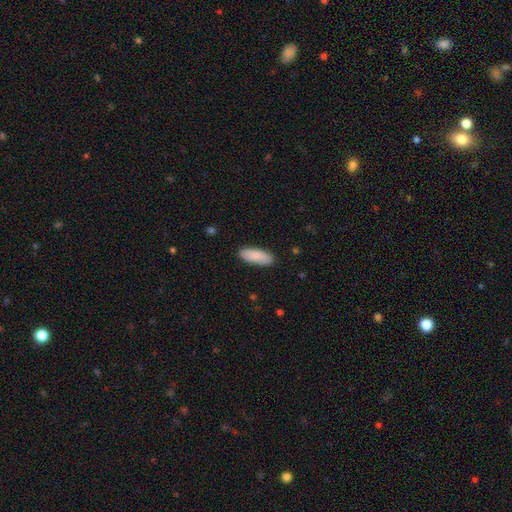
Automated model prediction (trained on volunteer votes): The model was most divided on "how rounded": in between: 74%, cigar-shaped: 24%, round: 2%. More confident: smooth or featured — smooth (88%); merging — none (87%).